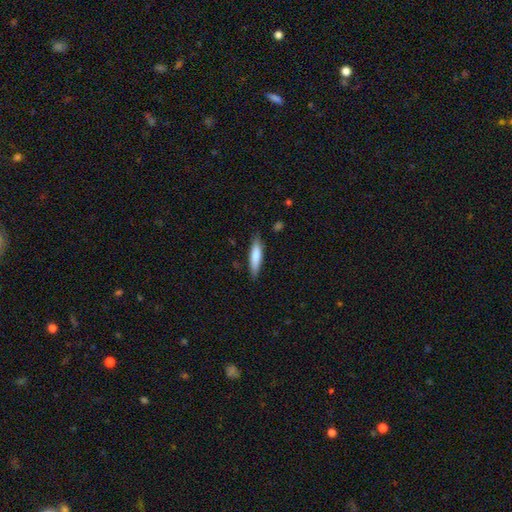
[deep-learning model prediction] smooth-or-featured: smooth: 78% | featured or disk: 17% | star or artifact: 5%
  how-rounded: cigar-shaped: 77% | in between: 22% | round: 1%
  merging: none: 84% | minor disturbance: 13% | major disturbance: 2% | merger: 1%